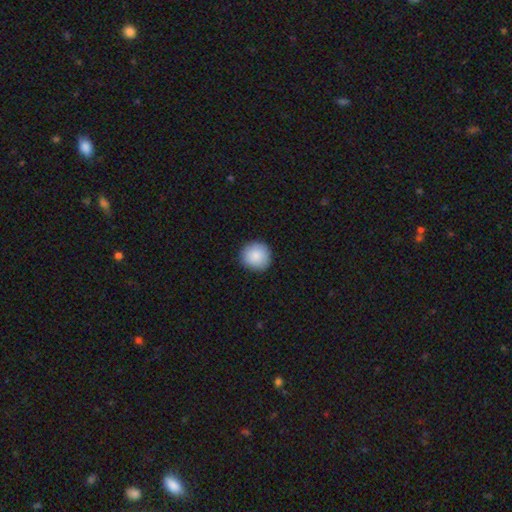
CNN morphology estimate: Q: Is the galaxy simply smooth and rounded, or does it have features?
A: smooth — 88%.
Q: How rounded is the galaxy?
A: round — 94%.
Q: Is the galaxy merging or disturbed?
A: none — 90%.